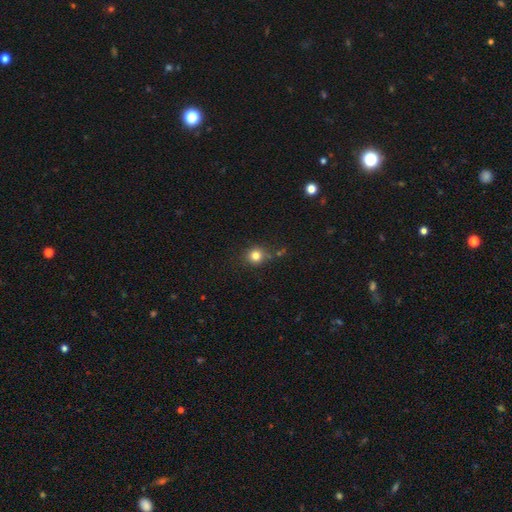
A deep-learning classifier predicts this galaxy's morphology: This is clearly a smooth galaxy (81%). How rounded: clearly round (87%). Merging: likely none (74%).